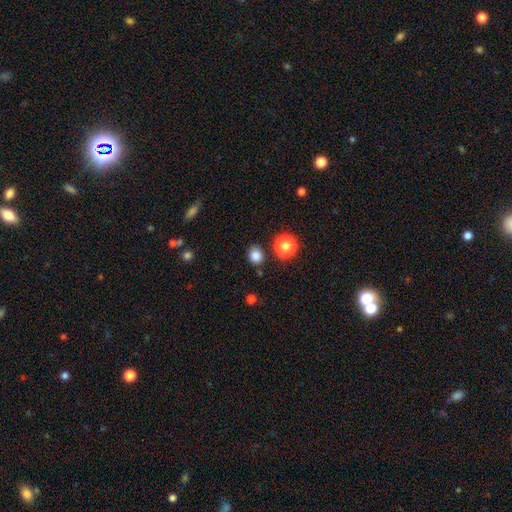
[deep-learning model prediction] Overall: smooth (82%). How rounded: round (71%). Merging: none (83%).